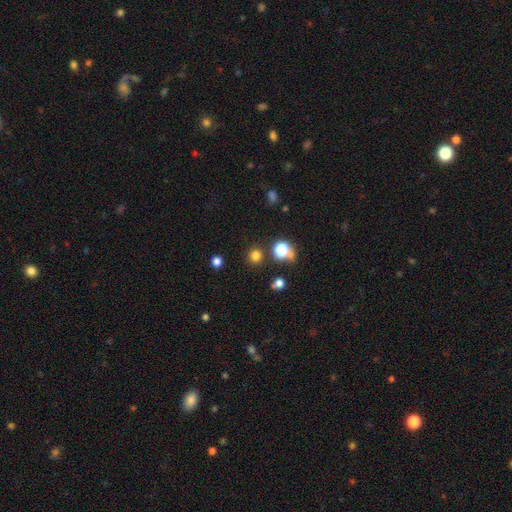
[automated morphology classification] The model was most divided on "smooth or featured": smooth: 76%, star or artifact: 18%, featured or disk: 5%. More confident: how rounded — round (93%); merging — none (84%).